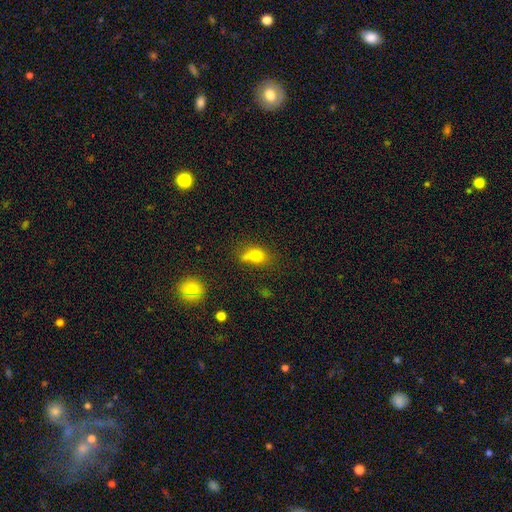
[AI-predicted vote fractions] The model was most divided on "how rounded": in between: 55%, round: 41%, cigar-shaped: 3%. Remaining: smooth or featured — smooth (77%); merging — none (48%).